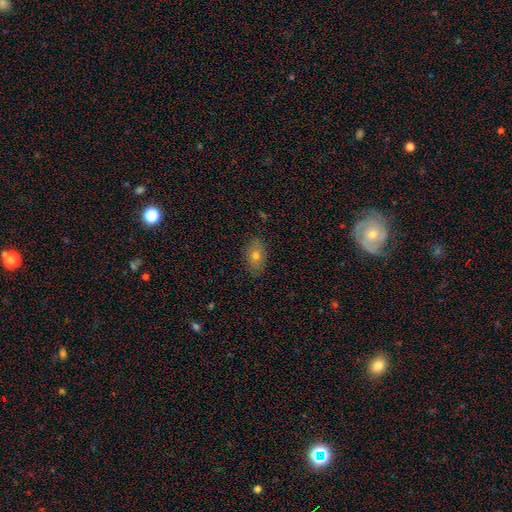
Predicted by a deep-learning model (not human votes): This is likely a smooth galaxy (70%). How rounded: clearly in between (84%). Merging: clearly none (85%).